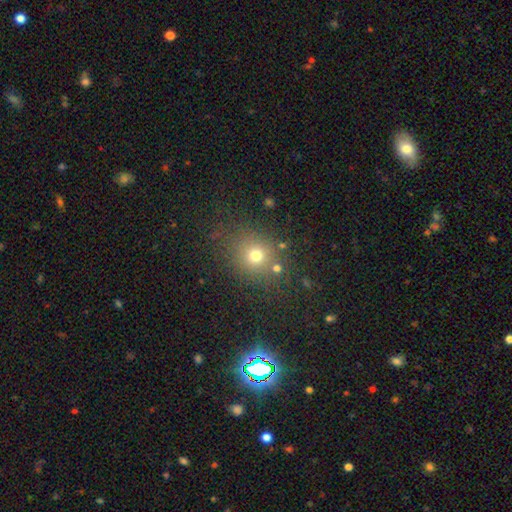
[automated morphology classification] The model was most divided on "smooth or featured": smooth: 70%, star or artifact: 21%, featured or disk: 10%. More confident: how rounded — round (80%); merging — none (77%).